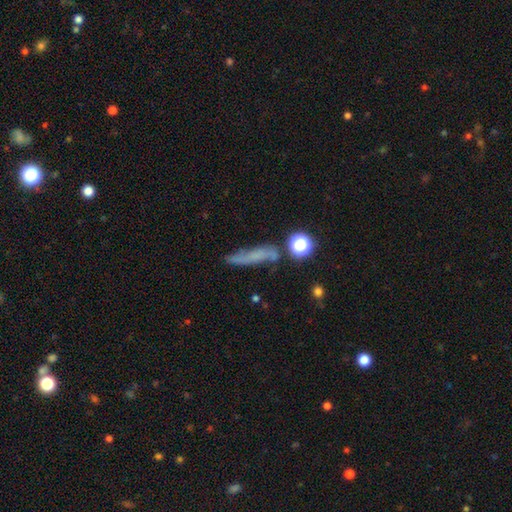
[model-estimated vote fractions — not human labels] A smooth galaxy with no disk features (48%). Merging: none (66%).